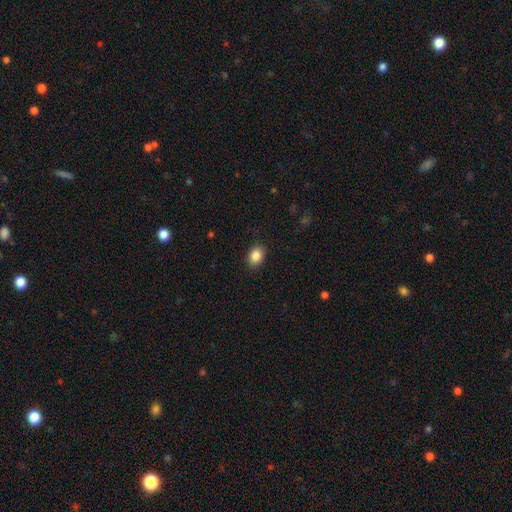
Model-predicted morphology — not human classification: smooth 87%, star or artifact 9%, featured or disk 4%. Down the decision tree: how rounded — in between (63%); merging — none (89%).